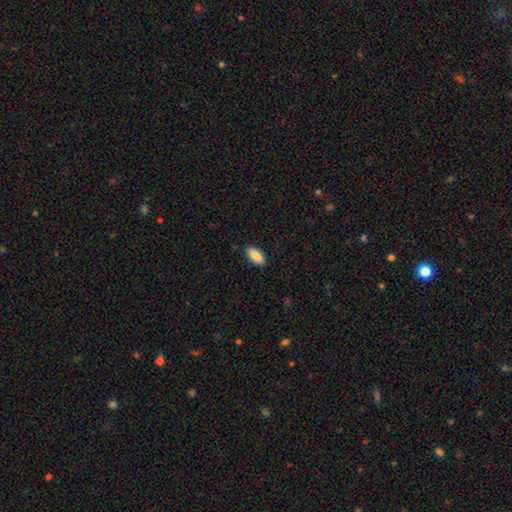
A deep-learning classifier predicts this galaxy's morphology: This is clearly a smooth galaxy (89%). How rounded: clearly in between (92%). Merging: clearly none (89%).